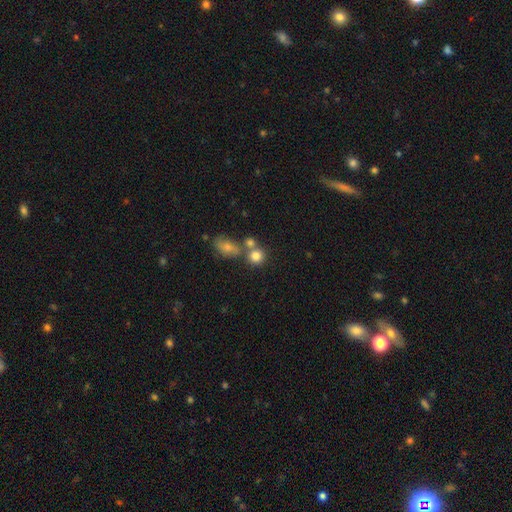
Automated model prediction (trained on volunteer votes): Overall: smooth (80%). How rounded: round (81%). Merging: none (53%; merger 33%).